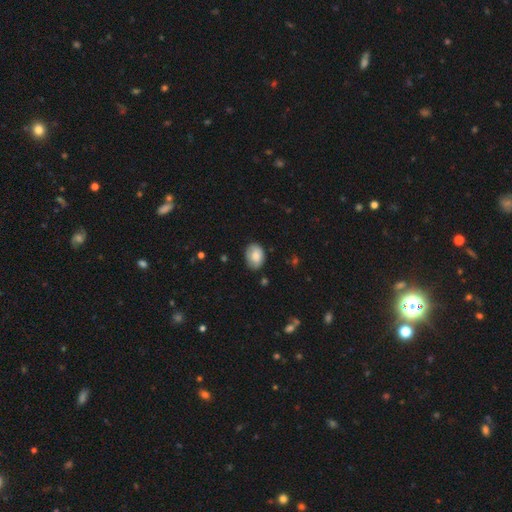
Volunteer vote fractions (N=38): This is clearly a smooth galaxy (84%). How rounded: likely in between (72%). Merging: likely none (72%).